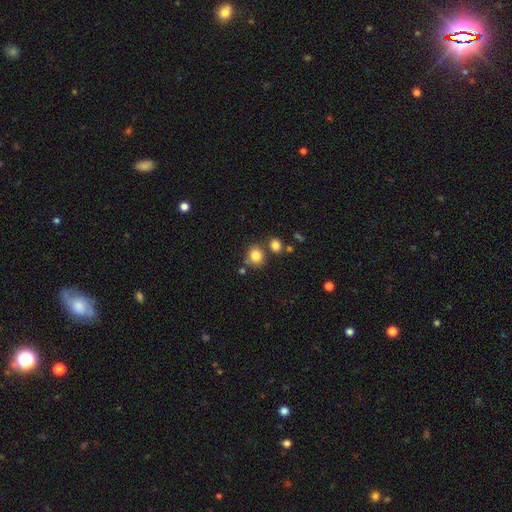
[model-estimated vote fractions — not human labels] The model was most divided on "how rounded": round: 75%, in between: 24%, cigar-shaped: 1%. More confident: smooth or featured — smooth (82%); merging — none (71%).